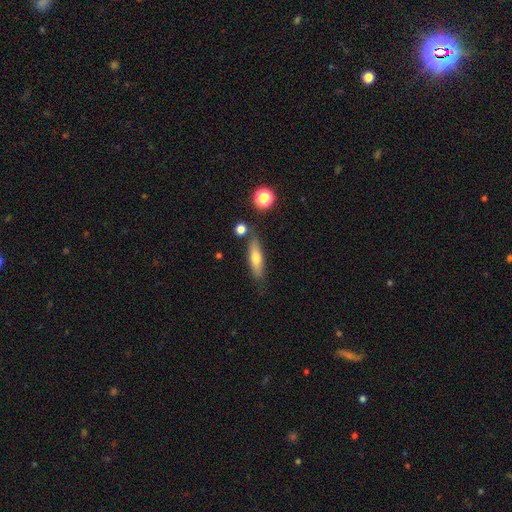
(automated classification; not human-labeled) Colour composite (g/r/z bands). It shows a smooth galaxy with no disk features (57%) that is cigar-shaped (63%). Merging: none (77%).